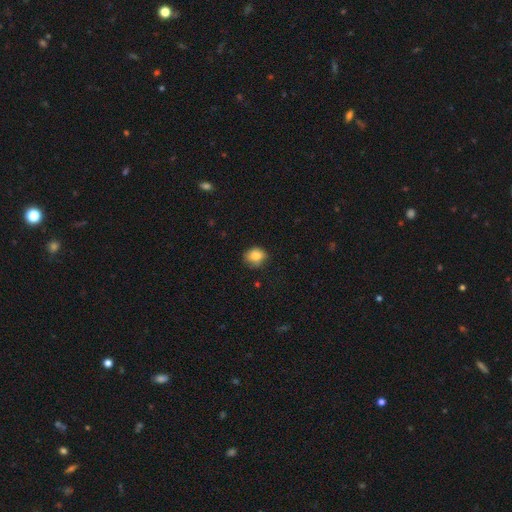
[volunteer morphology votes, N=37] smooth_or_featured: smooth (p=0.86) [alt: featured or disk p=0.11]
how_rounded: round (p=0.62) [alt: in between p=0.38]
merging: none (p=0.72) [alt: minor disturbance p=0.25]